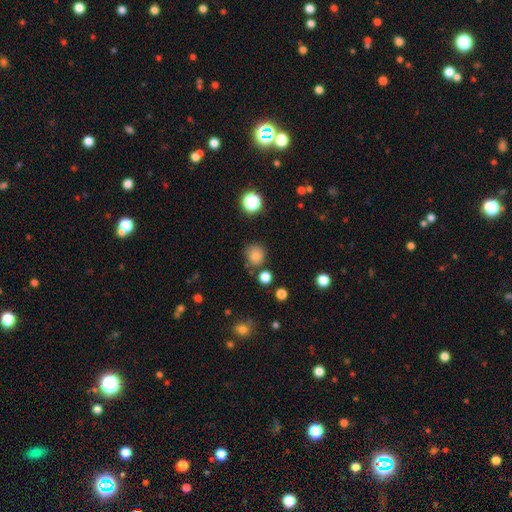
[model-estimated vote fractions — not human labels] This appears to be a smooth galaxy with no disk features (80%) that is round (87%). Merging: none (77%).